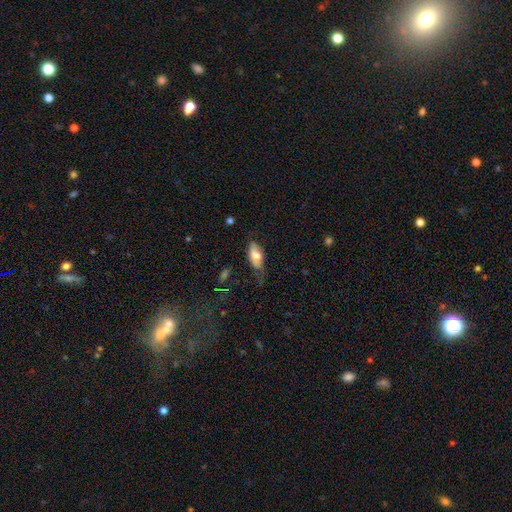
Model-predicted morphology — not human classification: Smooth or featured? Predicted: smooth (p=0.70). How rounded? Predicted: in between (p=0.86). Merging? Predicted: none (p=0.49).